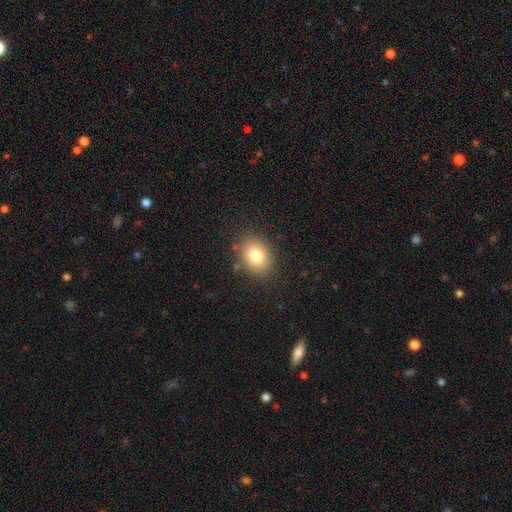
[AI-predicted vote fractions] This appears to be a smooth galaxy with no disk features (80%) that is in between round and cigar-shaped (54%). Merging: none (85%).